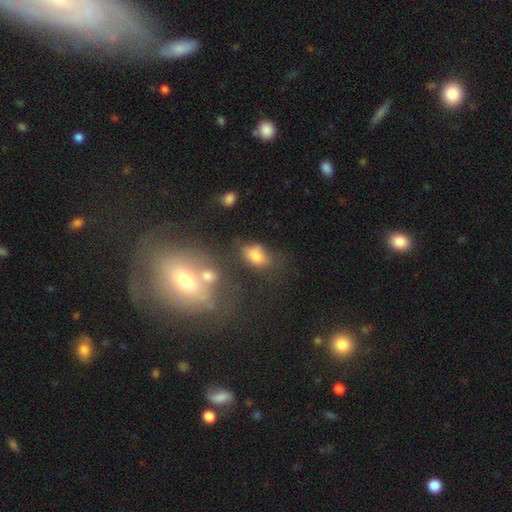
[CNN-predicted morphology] A smooth galaxy with no disk features (73%) that is in between round and cigar-shaped (85%).

Vote fractions:
- Smooth or featured? smooth: 73% / featured or disk: 15% / star or artifact: 13%
- How rounded? in between: 85% / round: 13% / cigar-shaped: 2%
- Merging? none: 49% / minor disturbance: 23% / merger: 15% / major disturbance: 12%